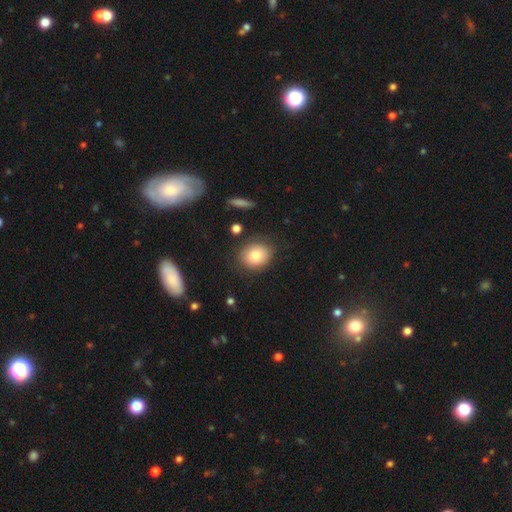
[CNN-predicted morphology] Smooth or featured? smooth (80%)
How rounded? round (58%)
Merging? none (83%)